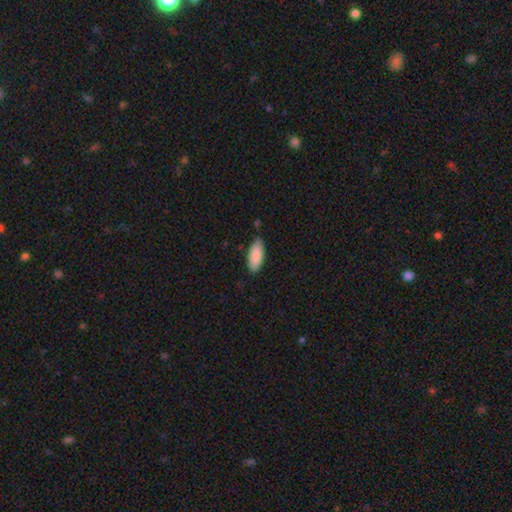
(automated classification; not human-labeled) Morphology: type=smooth (89%); roundness=in between (85%); merging=none (76%).